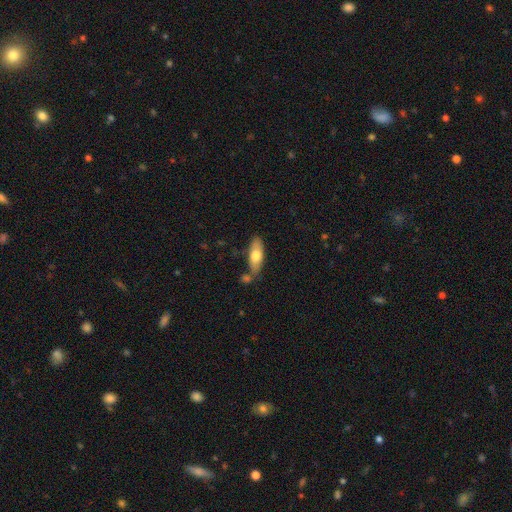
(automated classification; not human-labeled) smooth 67%, featured or disk 27%, star or artifact 6%. Down the decision tree: how rounded — in between (64%); merging — none (69%).